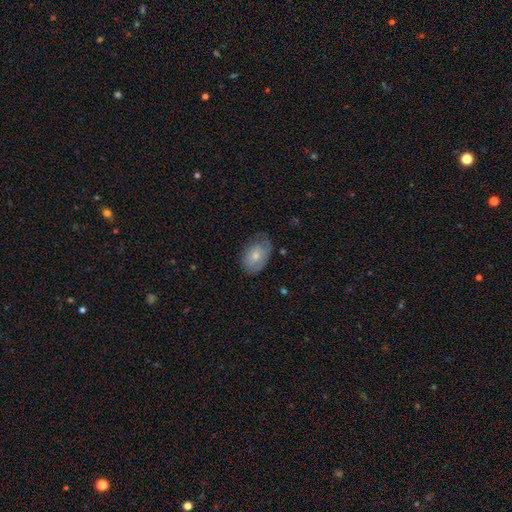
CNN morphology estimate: type=smooth (69%); roundness=in between (84%); merging=none (59%).